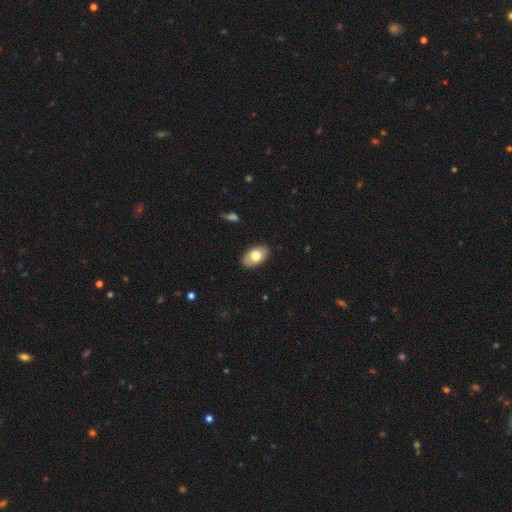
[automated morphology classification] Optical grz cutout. It shows a smooth galaxy with no disk features (75%) that is in between round and cigar-shaped (93%). Merging: none (88%).